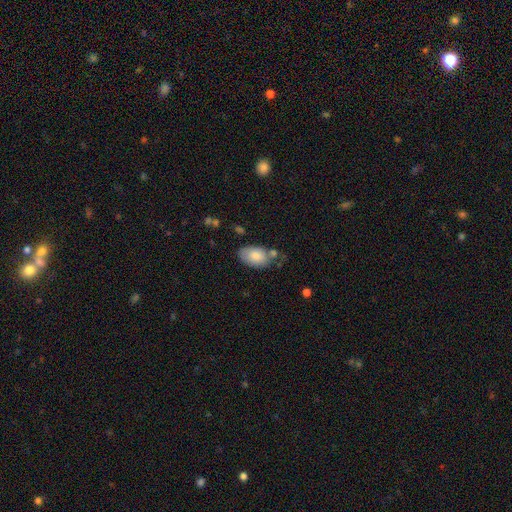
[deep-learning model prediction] Morphology: type=smooth (83%); roundness=in between (93%); merging=none (59%).